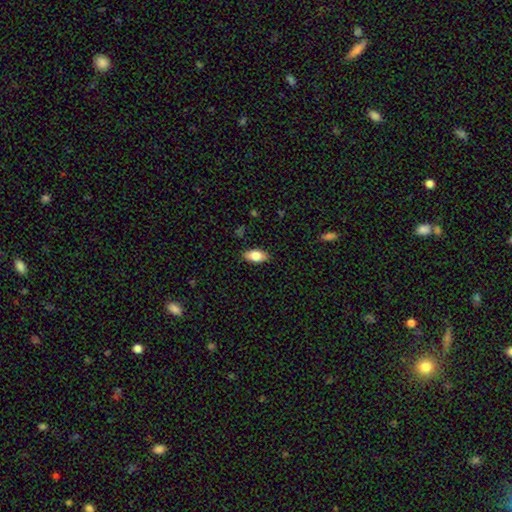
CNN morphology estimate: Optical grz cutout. It shows a smooth galaxy with no disk features (80%) that is in between round and cigar-shaped (90%). Merging: none (87%).